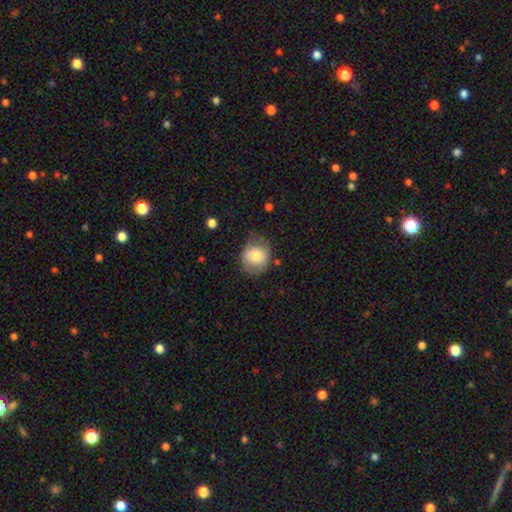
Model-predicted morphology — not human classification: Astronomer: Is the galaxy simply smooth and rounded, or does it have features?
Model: smooth — 72%.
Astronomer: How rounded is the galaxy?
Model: round — 71%.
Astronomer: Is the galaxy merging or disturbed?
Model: none — 58%.